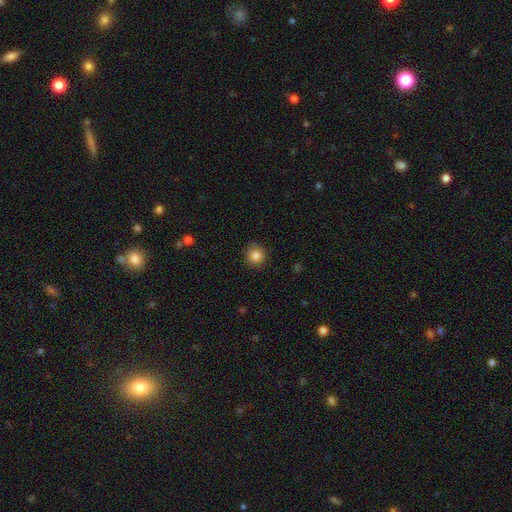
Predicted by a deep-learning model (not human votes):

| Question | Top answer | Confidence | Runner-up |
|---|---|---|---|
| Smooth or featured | smooth | 85% | star or artifact (10%) |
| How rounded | round | 91% | in between (8%) |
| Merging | none | 89% | minor disturbance (8%) |